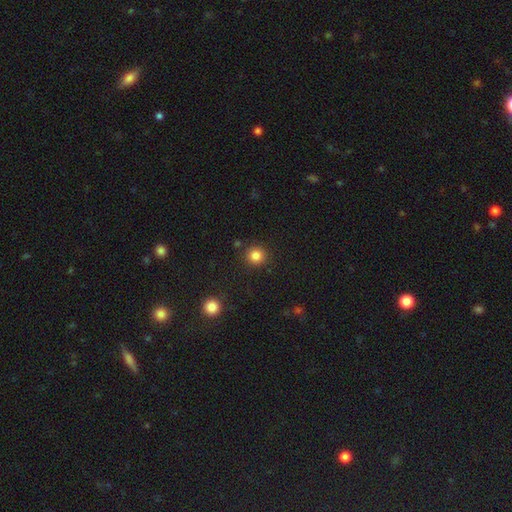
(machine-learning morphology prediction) Smooth or featured?
  - smooth: 84% *
  - star or artifact: 12%
  - featured or disk: 4%
How rounded?
  - round: 93% *
  - in between: 6%
  - cigar-shaped: 1%
Merging?
  - none: 89% *
  - minor disturbance: 6%
  - merger: 2%
  - major disturbance: 2%